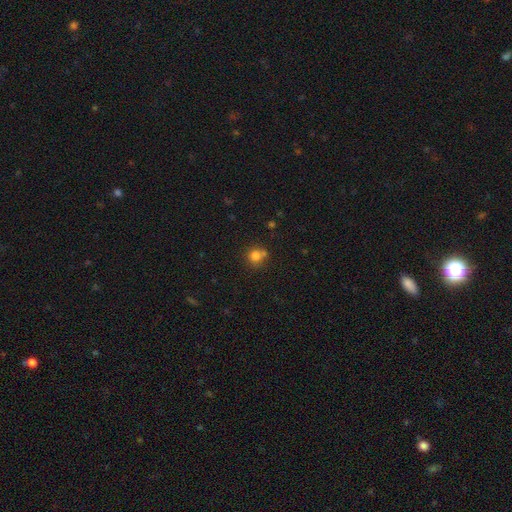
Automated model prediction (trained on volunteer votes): Smooth or featured?
  - smooth: 79% *
  - star or artifact: 13%
  - featured or disk: 8%
How rounded?
  - round: 86% *
  - in between: 13%
  - cigar-shaped: 1%
Merging?
  - none: 59% *
  - merger: 22%
  - minor disturbance: 15%
  - major disturbance: 5%